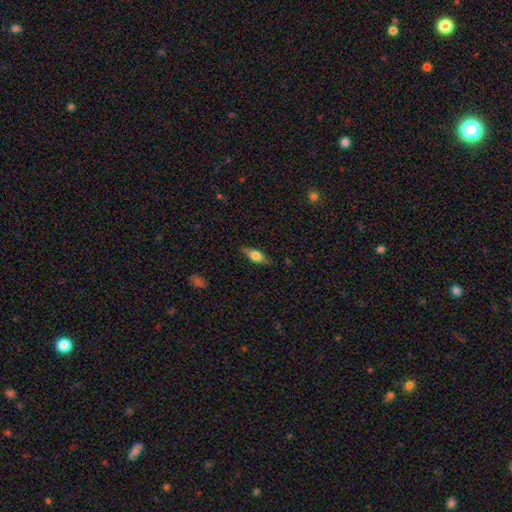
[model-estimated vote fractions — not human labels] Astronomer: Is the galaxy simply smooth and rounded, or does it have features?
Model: smooth — 47% (runner-up: featured or disk, 45%).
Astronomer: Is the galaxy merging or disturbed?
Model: none — 83%.